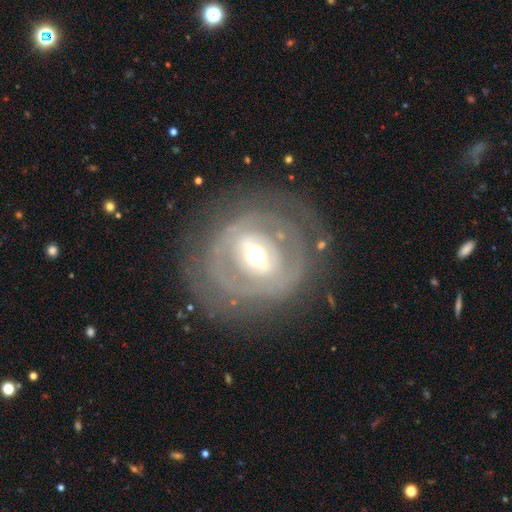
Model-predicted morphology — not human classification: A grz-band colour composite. It shows a featured or disk galaxy (72%) with a strong bar (39%), no spiral arms (52%) and a moderate central bulge (61%). Merging: none (68%).